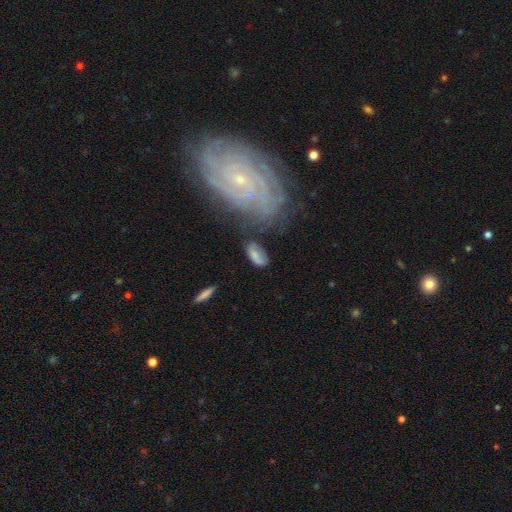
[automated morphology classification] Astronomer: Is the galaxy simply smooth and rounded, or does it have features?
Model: smooth — 67%.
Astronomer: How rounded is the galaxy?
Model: in between — 87%.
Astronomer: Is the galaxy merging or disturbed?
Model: none — 58%.